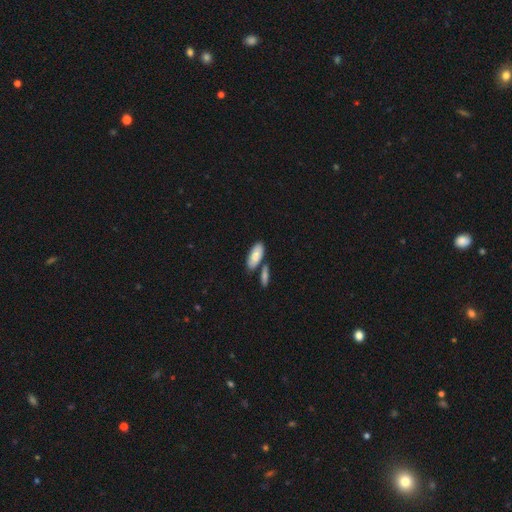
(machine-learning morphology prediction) Smooth or featured? Predicted: smooth (p=0.85). How rounded? Predicted: in between (p=0.84). Merging? Predicted: none (p=0.63).